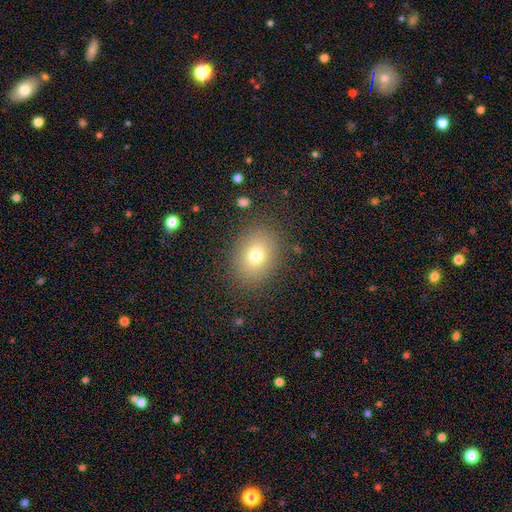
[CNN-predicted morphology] This appears to be a smooth galaxy with no disk features (75%) that is in between round and cigar-shaped (62%). Merging: none (86%).